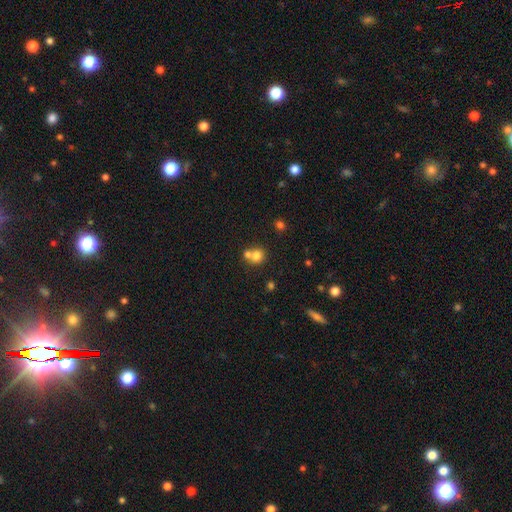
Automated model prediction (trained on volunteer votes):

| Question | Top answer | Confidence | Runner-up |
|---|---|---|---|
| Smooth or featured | smooth | 76% | star or artifact (12%) |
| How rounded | round | 84% | in between (15%) |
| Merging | merger | 49% | none (41%) |